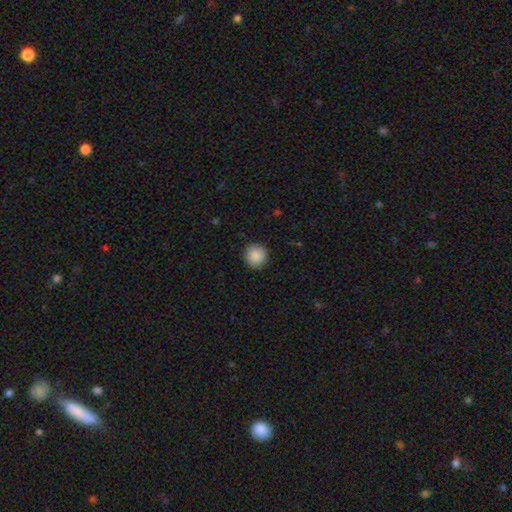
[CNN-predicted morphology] Smooth or featured: smooth — 89% (star or artifact — 8%)
How rounded: round — 95% (in between — 4%)
Merging: none — 91% (minor disturbance — 6%)